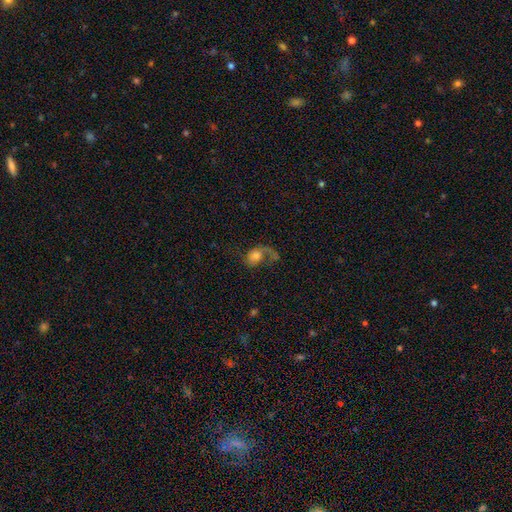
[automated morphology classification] Q: Smooth or featured?
A: featured or disk (46%); runner-up: smooth (44%)
Q: Merging?
A: major disturbance (44%); runner-up: none (30%)